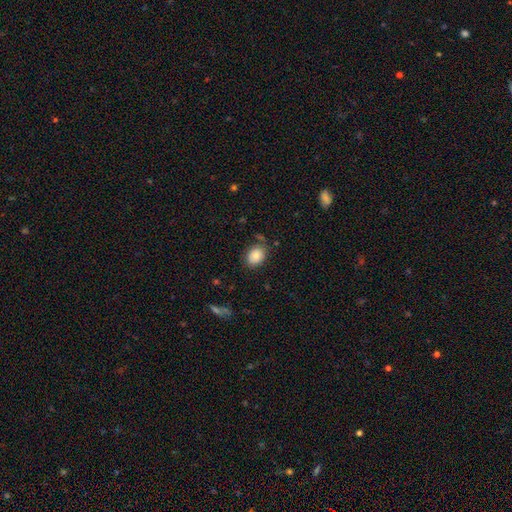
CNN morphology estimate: The model was most divided on "how rounded": in between: 67%, round: 32%, cigar-shaped: 1%. More confident: smooth or featured — smooth (82%); merging — none (74%).